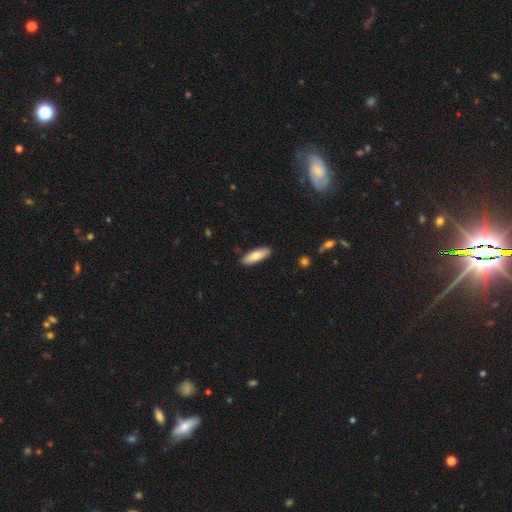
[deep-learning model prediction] This appears to be a smooth galaxy with no disk features (78%) that is in between round and cigar-shaped (58%). Merging: none (89%).